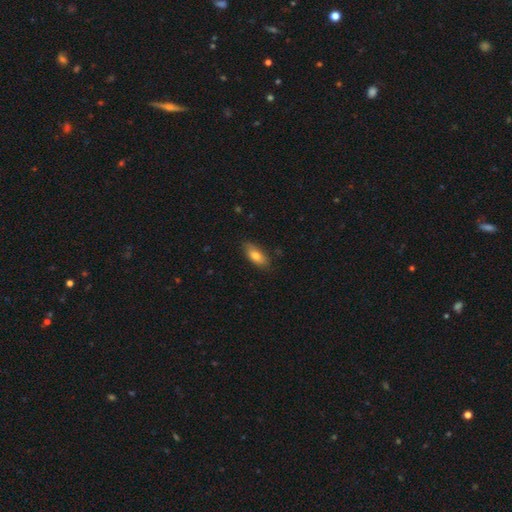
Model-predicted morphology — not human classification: Smooth or featured?
  - smooth: 76% *
  - featured or disk: 17%
  - star or artifact: 7%
How rounded?
  - in between: 81% *
  - cigar-shaped: 16%
  - round: 3%
Merging?
  - none: 80% *
  - minor disturbance: 16%
  - major disturbance: 3%
  - merger: 1%